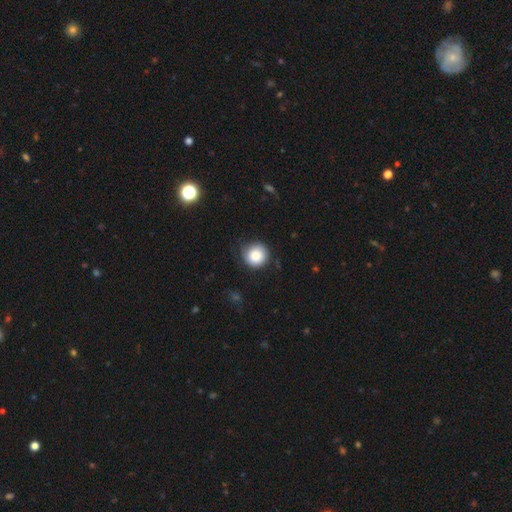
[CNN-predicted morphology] A smooth galaxy with no disk features (85%) that is round (94%). Merging: none (71%).